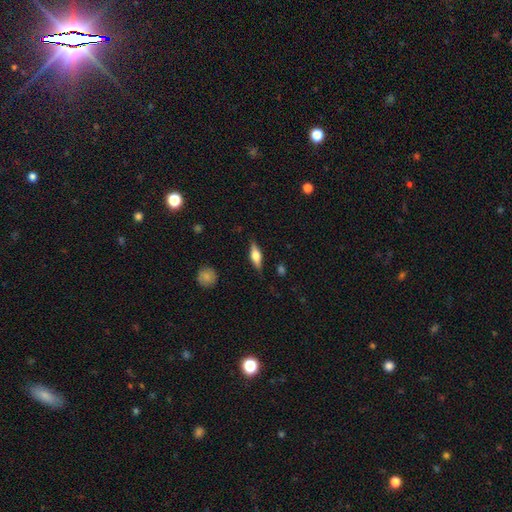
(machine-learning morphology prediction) The model was most divided on "smooth or featured": featured or disk: 49%, smooth: 44%, star or artifact: 7%. More confident: merging — none (83%).